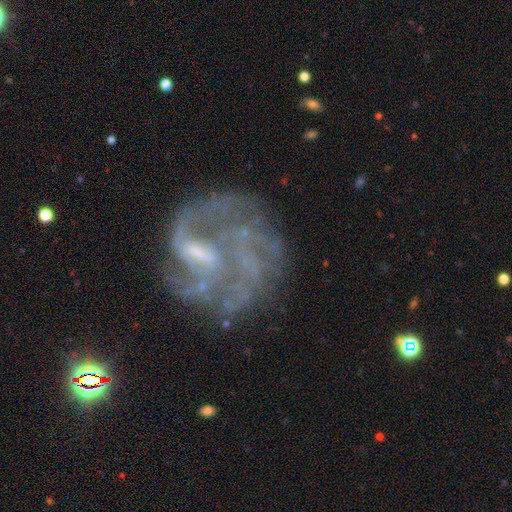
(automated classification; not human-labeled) Smooth or featured? featured or disk (80%)
Edge-on disk? no (98%)
Bar? weak (47%)
Spiral arms? yes (78%)
Spiral winding? medium (39%)
Spiral arm count? can't tell (36%)
Bulge size? none (44%)
Merging? none (49%)